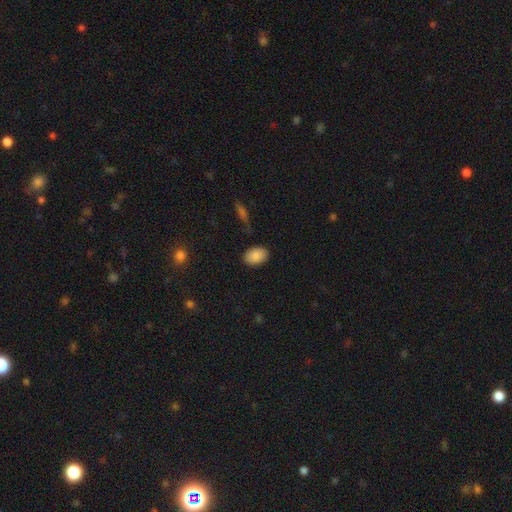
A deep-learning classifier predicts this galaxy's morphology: smooth-or-featured: smooth: 88% | star or artifact: 7% | featured or disk: 5%
  how-rounded: in between: 87% | round: 12% | cigar-shaped: 1%
  merging: none: 86% | minor disturbance: 10% | major disturbance: 3% | merger: 2%